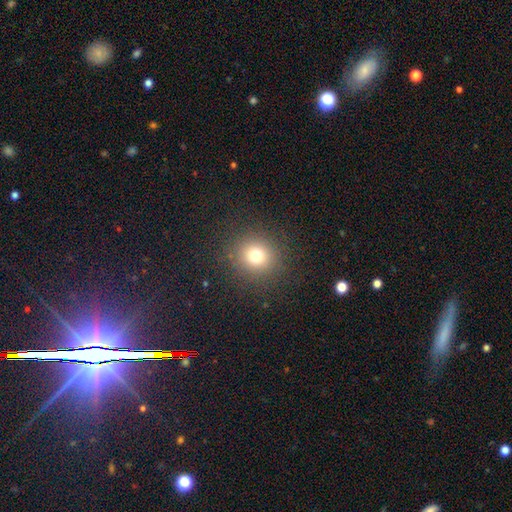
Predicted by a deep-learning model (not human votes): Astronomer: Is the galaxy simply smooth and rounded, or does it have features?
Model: smooth — 74%.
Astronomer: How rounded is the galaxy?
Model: round — 91%.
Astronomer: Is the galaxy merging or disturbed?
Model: none — 89%.